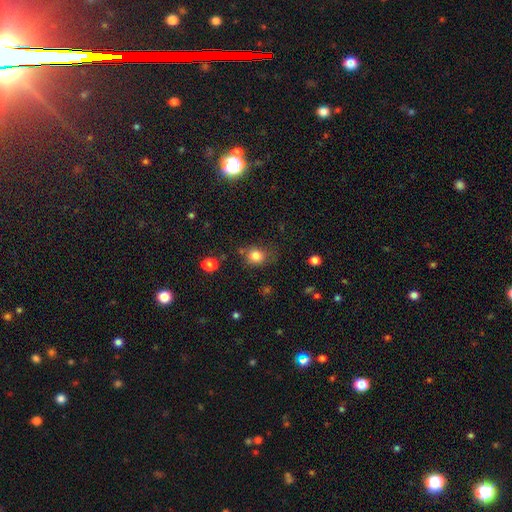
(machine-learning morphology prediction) smooth_or_featured: smooth (p=0.82) [alt: star or artifact p=0.12]
how_rounded: round (p=0.73) [alt: in between p=0.26]
merging: none (p=0.68) [alt: minor disturbance p=0.19]